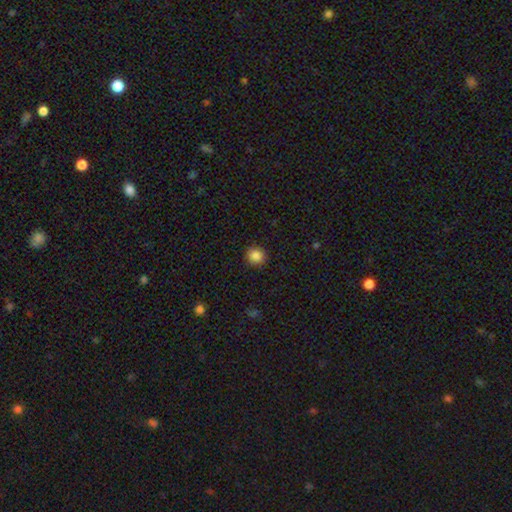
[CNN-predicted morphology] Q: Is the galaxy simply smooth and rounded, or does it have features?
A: smooth — 86%.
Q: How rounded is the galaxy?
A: round — 90%.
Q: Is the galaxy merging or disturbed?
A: none — 91%.